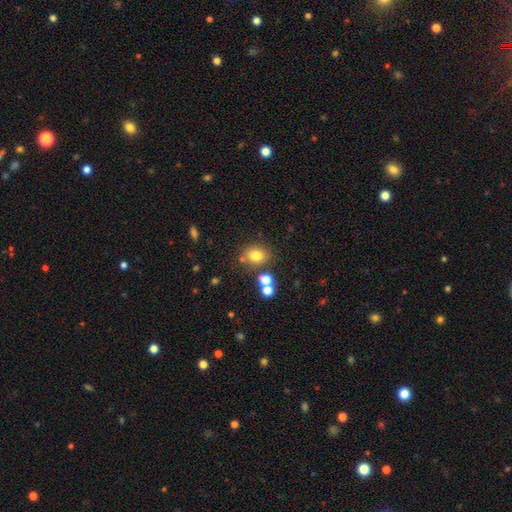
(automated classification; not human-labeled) smooth_or_featured: smooth (p=0.77) [alt: star or artifact p=0.14]
how_rounded: in between (p=0.52) [alt: round p=0.47]
merging: none (p=0.69) [alt: merger p=0.14]